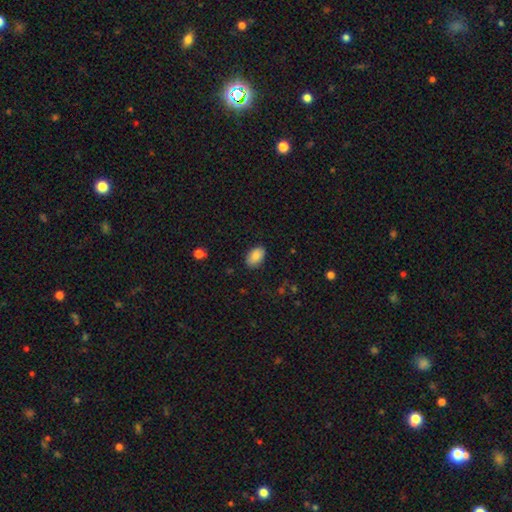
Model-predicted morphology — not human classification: A smooth galaxy with no disk features (86%) that is in between round and cigar-shaped (92%).

Vote fractions:
- Smooth or featured? smooth: 86% / star or artifact: 7% / featured or disk: 7%
- How rounded? in between: 92% / round: 7% / cigar-shaped: 1%
- Merging? none: 85% / minor disturbance: 12% / major disturbance: 2% / merger: 1%